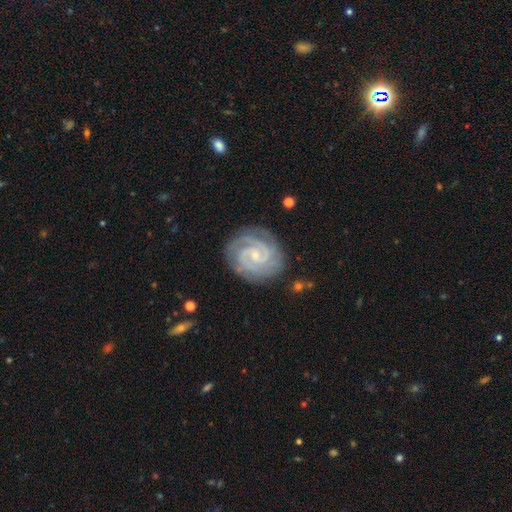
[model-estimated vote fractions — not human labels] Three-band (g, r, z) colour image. It shows a featured or disk galaxy (91%) with no bar (47%), 2 (61%) tight (75%) spiral arms (99%) and a small central bulge (74%). Merging: none (82%).